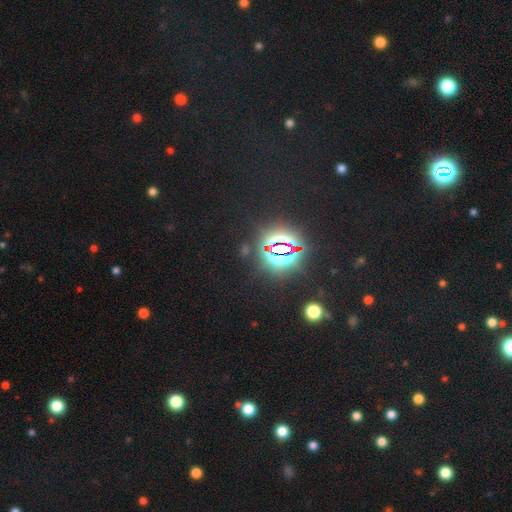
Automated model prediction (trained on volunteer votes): smooth-or-featured: star or artifact: 78% | smooth: 15% | featured or disk: 7%